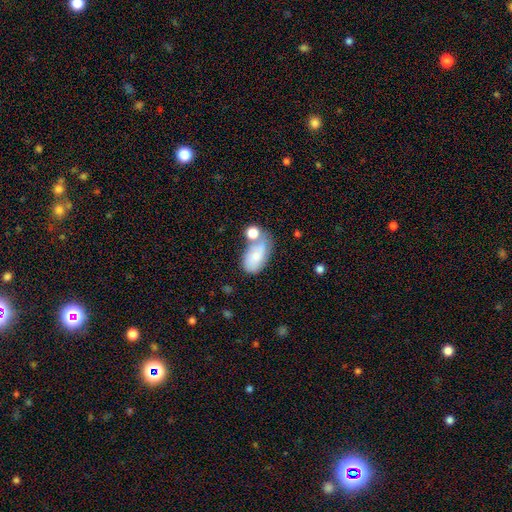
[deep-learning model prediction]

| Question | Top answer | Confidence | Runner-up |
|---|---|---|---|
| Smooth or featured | smooth | 70% | featured or disk (21%) |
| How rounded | in between | 91% | round (7%) |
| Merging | none | 36% | merger (28%) |